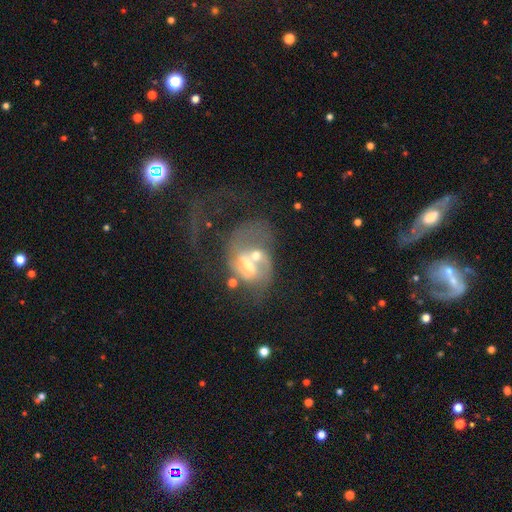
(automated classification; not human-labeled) Morphology: type=featured or disk (66%); edge-on=no (96%); bar=weak (39%); spiral arms=yes (62%); bulge=moderate (54%); merging=merger (44%).